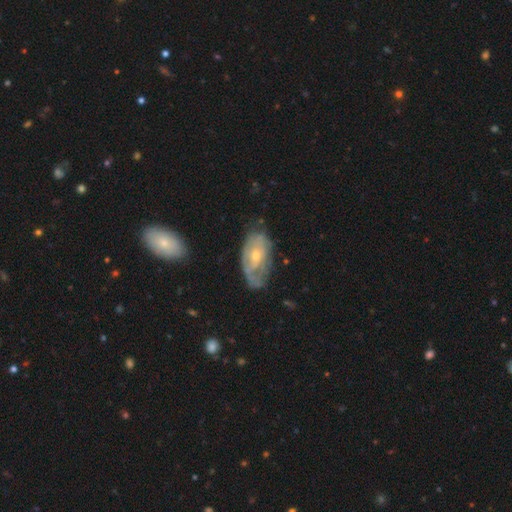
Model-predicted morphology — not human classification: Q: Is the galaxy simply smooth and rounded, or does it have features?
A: featured or disk — 63%.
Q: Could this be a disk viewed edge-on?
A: no — 92%.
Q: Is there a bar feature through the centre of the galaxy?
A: no — 70%.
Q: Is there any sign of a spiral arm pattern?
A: yes — 63%.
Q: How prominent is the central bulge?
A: small — 58%.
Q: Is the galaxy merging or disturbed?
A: none — 53%.